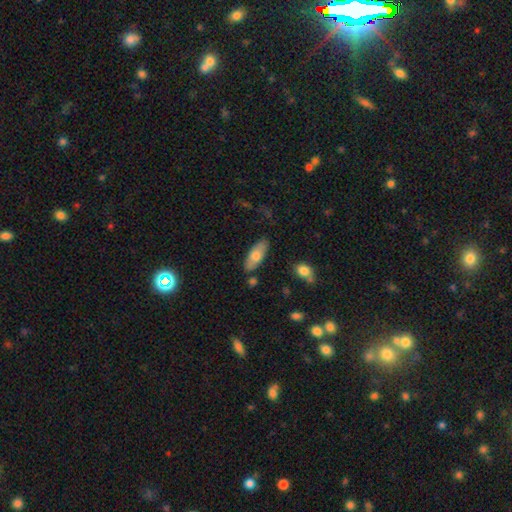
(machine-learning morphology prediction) smooth_or_featured: smooth (p=0.70) [alt: featured or disk p=0.24]
how_rounded: in between (p=0.75) [alt: cigar-shaped p=0.23]
merging: none (p=0.81) [alt: minor disturbance p=0.12]